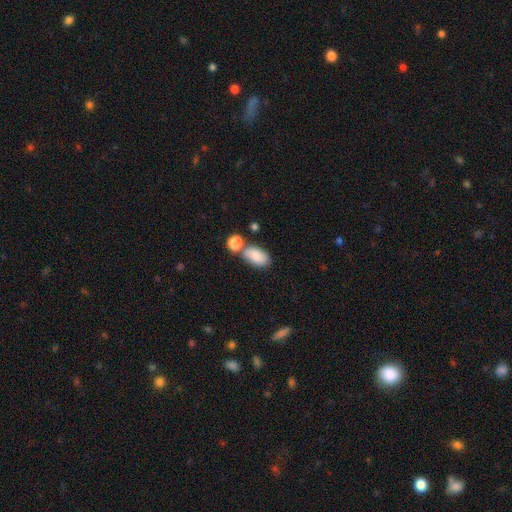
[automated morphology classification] smooth-or-featured: smooth: 83% | featured or disk: 10% | star or artifact: 7%
  how-rounded: in between: 92% | round: 6% | cigar-shaped: 2%
  merging: none: 49% | merger: 31% | minor disturbance: 15% | major disturbance: 5%